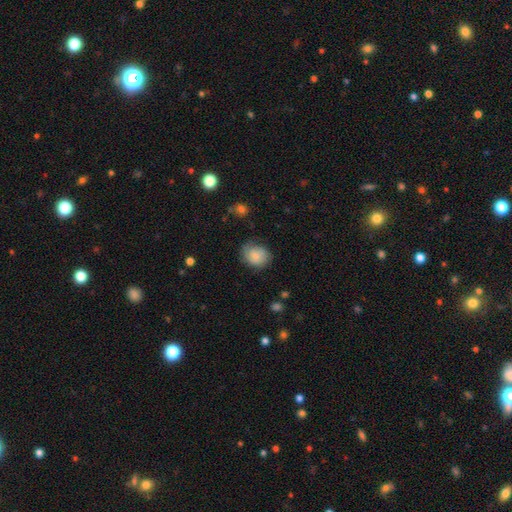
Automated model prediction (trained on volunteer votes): Morphology: type=smooth (77%); roundness=round (56%); merging=none (67%).